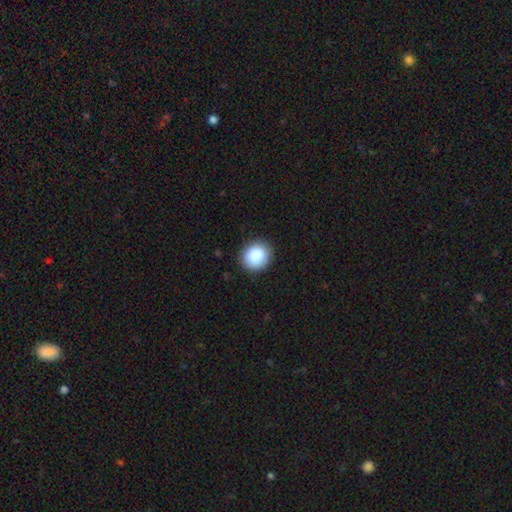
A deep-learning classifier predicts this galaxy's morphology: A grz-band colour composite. It shows a smooth galaxy with no disk features (89%) that is round (78%). Merging: none (89%).